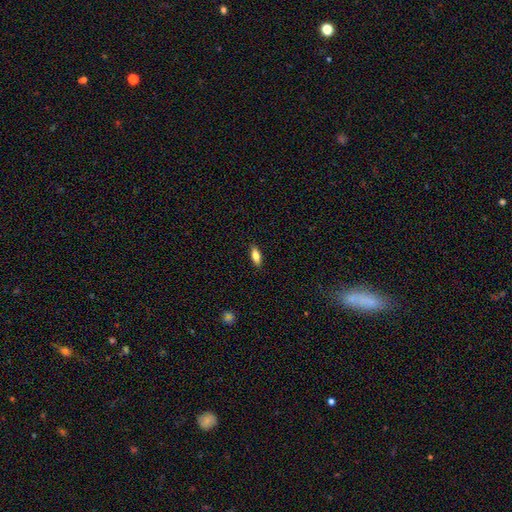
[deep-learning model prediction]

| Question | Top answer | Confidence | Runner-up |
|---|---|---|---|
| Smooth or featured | smooth | 78% | featured or disk (15%) |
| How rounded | in between | 74% | cigar-shaped (23%) |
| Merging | none | 89% | minor disturbance (9%) |